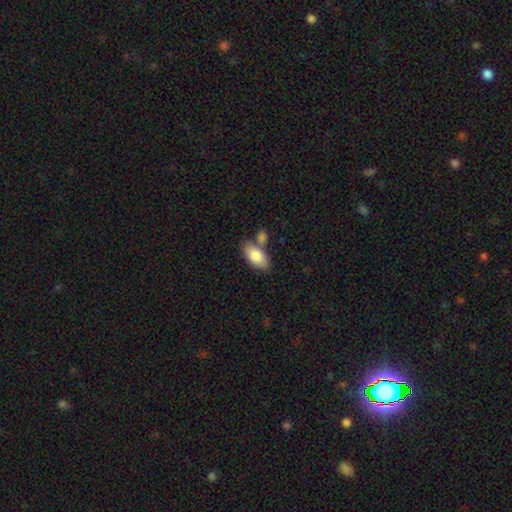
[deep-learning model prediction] smooth-or-featured: smooth: 80% | featured or disk: 14% | star or artifact: 6%
  how-rounded: in between: 92% | cigar-shaped: 5% | round: 4%
  merging: none: 62% | merger: 21% | minor disturbance: 13% | major disturbance: 3%